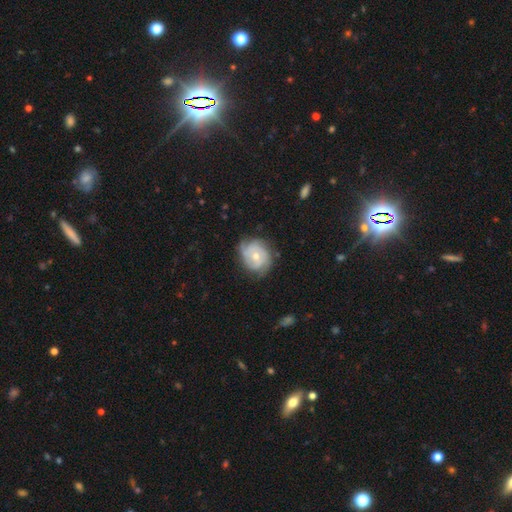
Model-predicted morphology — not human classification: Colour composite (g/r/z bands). It shows a featured or disk galaxy (70%) with no bar (78%), tight (61%) spiral arms (87%) and a moderate central bulge (58%). Merging: none (66%).